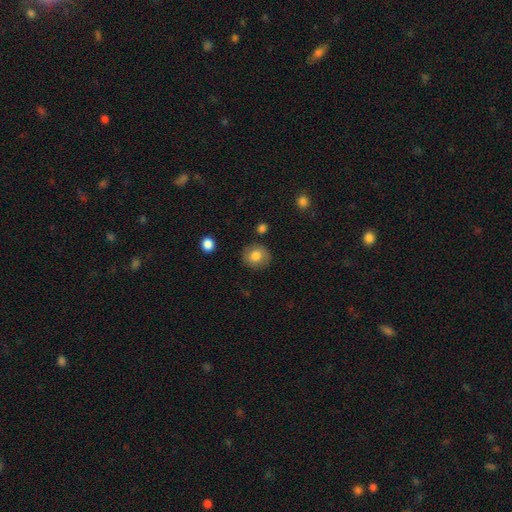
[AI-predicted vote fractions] Q: Smooth or featured?
A: smooth (80%); runner-up: featured or disk (11%)
Q: How rounded?
A: round (84%); runner-up: in between (16%)
Q: Merging?
A: none (86%); runner-up: minor disturbance (9%)